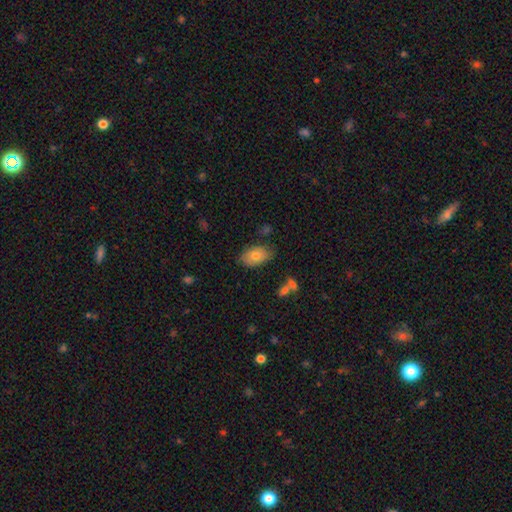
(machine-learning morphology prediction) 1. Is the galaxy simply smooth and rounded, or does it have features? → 75% smooth, 17% featured or disk, 7% star or artifact.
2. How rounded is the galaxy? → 88% in between, 10% round, 1% cigar-shaped.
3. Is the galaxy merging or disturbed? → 69% none, 23% minor disturbance, 5% major disturbance, 3% merger.